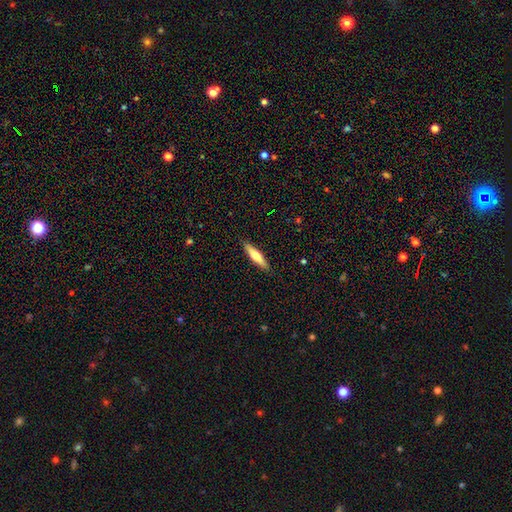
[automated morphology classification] This appears to be a smooth galaxy with no disk features (58%) that is cigar-shaped (80%). Merging: none (90%).